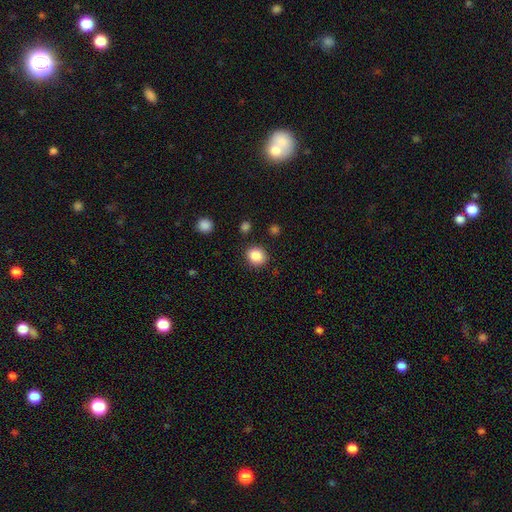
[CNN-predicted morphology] smooth_or_featured: smooth (p=0.87) [alt: star or artifact p=0.09]
how_rounded: round (p=0.77) [alt: in between p=0.22]
merging: none (p=0.86) [alt: minor disturbance p=0.08]